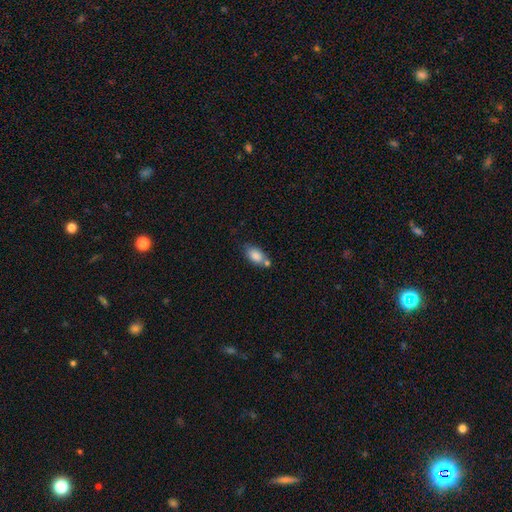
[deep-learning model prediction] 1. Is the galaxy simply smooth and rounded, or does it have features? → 84% smooth, 9% featured or disk, 8% star or artifact.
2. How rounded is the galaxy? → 89% in between, 7% round, 4% cigar-shaped.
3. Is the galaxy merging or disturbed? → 51% none, 25% merger, 19% minor disturbance, 5% major disturbance.